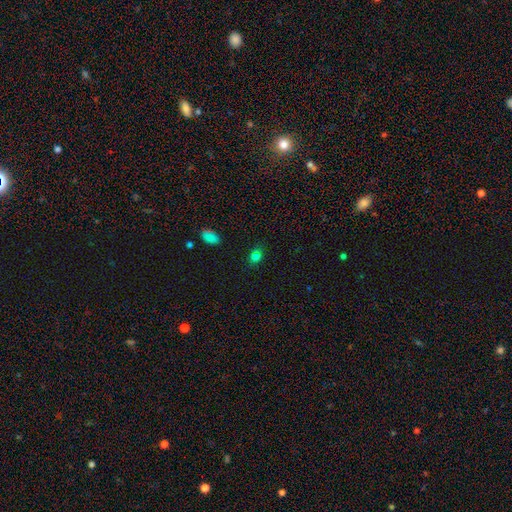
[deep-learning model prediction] Smooth or featured: smooth — 73% (star or artifact — 20%)
How rounded: in between — 60% (round — 38%)
Merging: none — 76% (minor disturbance — 16%)